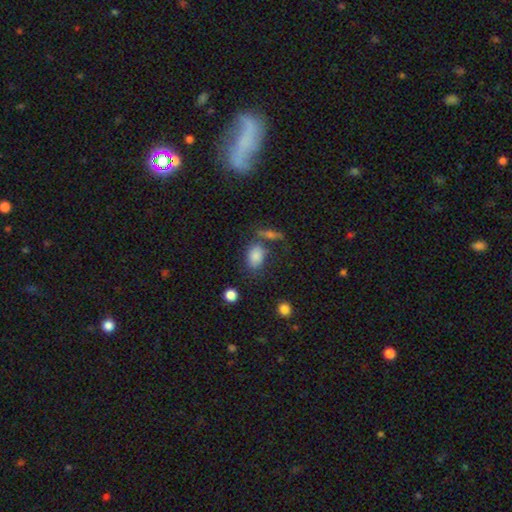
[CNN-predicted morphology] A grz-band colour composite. It shows a smooth galaxy with no disk features (82%) that is in between round and cigar-shaped (81%). Merging: none (63%).